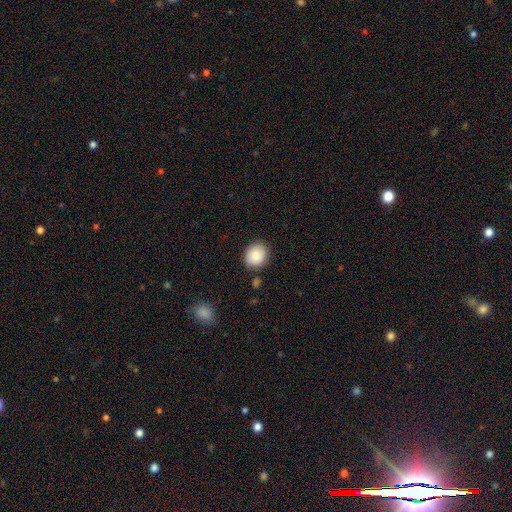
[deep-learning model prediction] Morphology: type=smooth (87%); roundness=round (67%); merging=none (82%).